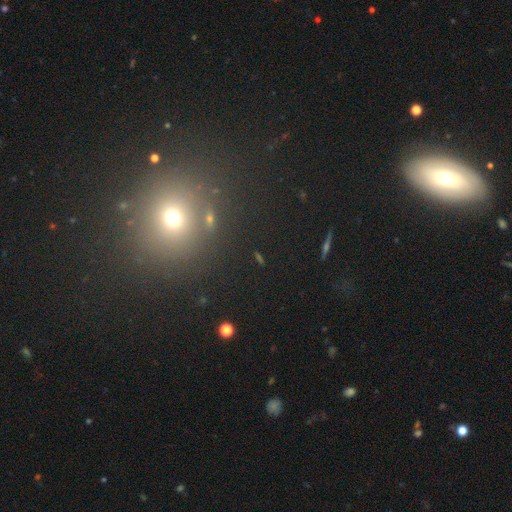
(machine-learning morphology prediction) This appears to be a star or artifact, not a galaxy (46%).